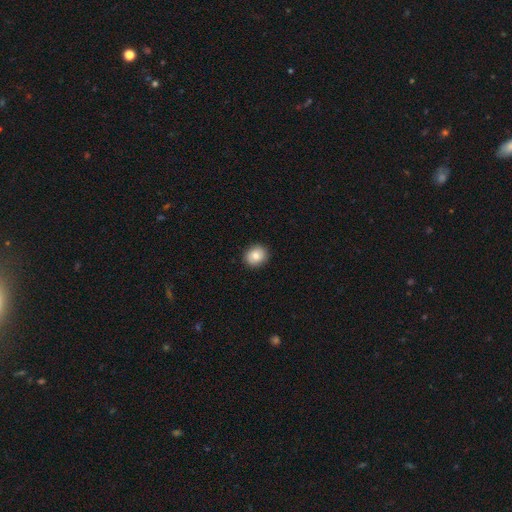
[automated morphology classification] A smooth galaxy with no disk features (79%) that is round (76%).

Vote fractions:
- Smooth or featured? smooth: 79% / featured or disk: 12% / star or artifact: 9%
- How rounded? round: 76% / in between: 24% / cigar-shaped: 1%
- Merging? none: 89% / minor disturbance: 8% / major disturbance: 2% / merger: 1%